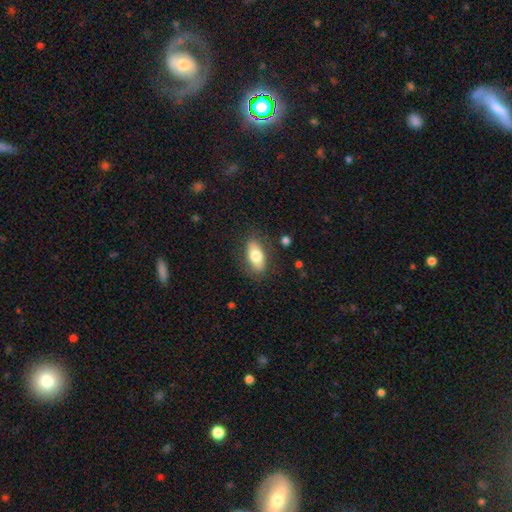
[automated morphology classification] Smooth or featured? smooth (74%)
How rounded? in between (85%)
Merging? none (82%)